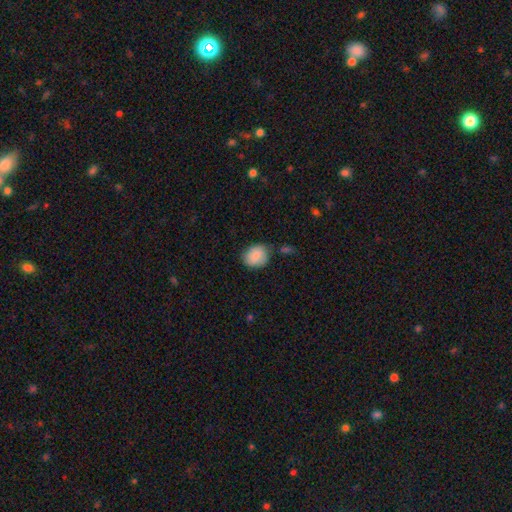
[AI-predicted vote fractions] Smooth or featured?
  - smooth: 86% *
  - star or artifact: 7%
  - featured or disk: 6%
How rounded?
  - round: 58% *
  - in between: 41%
  - cigar-shaped: 1%
Merging?
  - none: 71% *
  - minor disturbance: 19%
  - merger: 5%
  - major disturbance: 4%